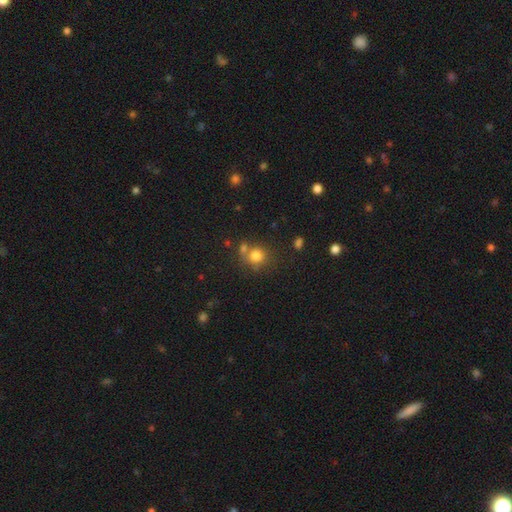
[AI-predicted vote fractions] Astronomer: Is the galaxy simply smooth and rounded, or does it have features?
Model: smooth — 78%.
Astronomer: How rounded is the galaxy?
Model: round — 85%.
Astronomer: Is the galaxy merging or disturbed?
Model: none — 59%.